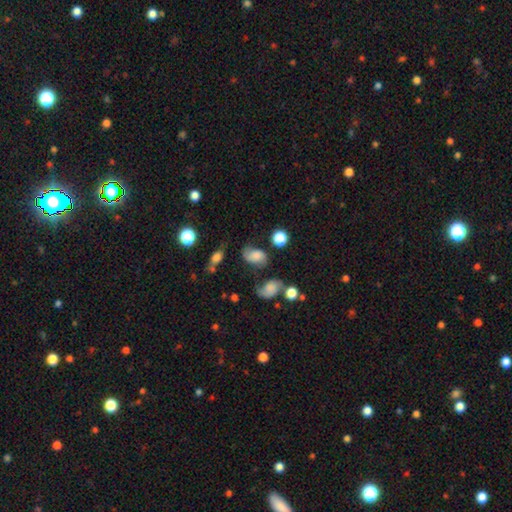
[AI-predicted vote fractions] Smooth or featured? Predicted: smooth (p=0.55). How rounded? Predicted: in between (p=0.75). Merging? Predicted: none (p=0.54).